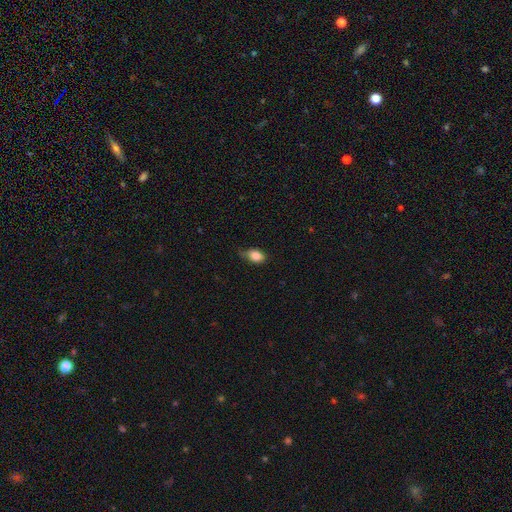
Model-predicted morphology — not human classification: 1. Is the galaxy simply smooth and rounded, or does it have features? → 84% smooth, 8% star or artifact, 8% featured or disk.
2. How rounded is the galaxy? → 80% in between, 18% round, 3% cigar-shaped.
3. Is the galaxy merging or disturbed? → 54% none, 36% minor disturbance, 8% major disturbance, 2% merger.